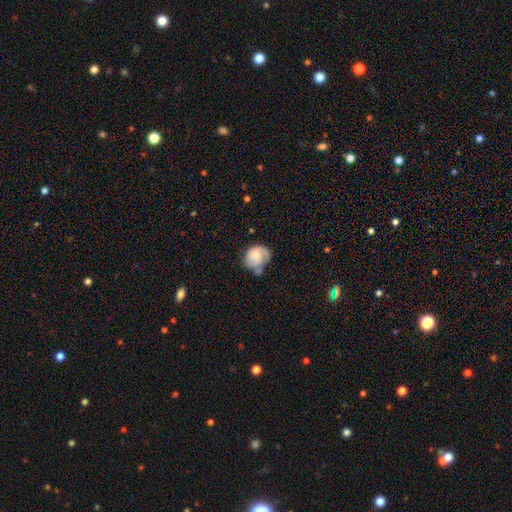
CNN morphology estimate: Smooth or featured: featured or disk — 56% (smooth — 38%)
Edge-on disk: no — 98% (yes — 2%)
Bar: no — 76% (weak — 21%)
Spiral arms: yes — 86% (no — 14%)
Bulge size: small — 47% (moderate — 37%)
Merging: none — 42% (minor disturbance — 31%)